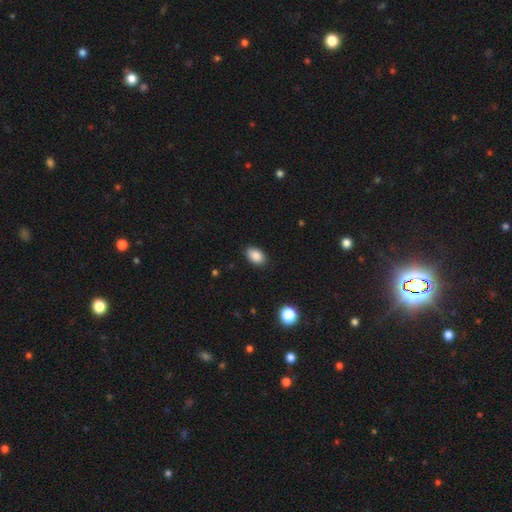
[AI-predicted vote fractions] Overall: smooth (88%). How rounded: in between (88%). Merging: none (86%).